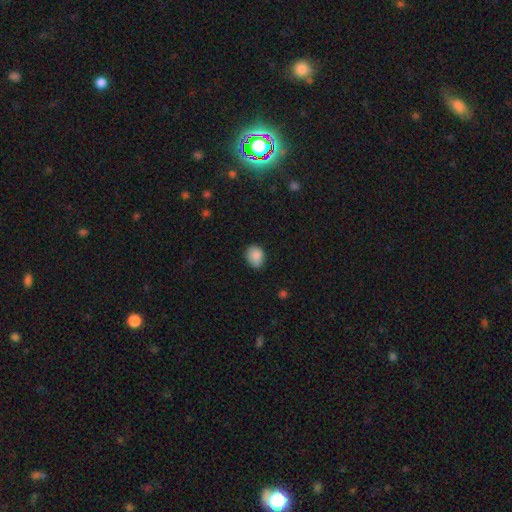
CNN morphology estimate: A smooth galaxy with no disk features (87%) that is in between round and cigar-shaped (51%).

Vote fractions:
- Smooth or featured? smooth: 87% / star or artifact: 8% / featured or disk: 5%
- How rounded? in between: 51% / round: 48% / cigar-shaped: 1%
- Merging? none: 72% / minor disturbance: 23% / major disturbance: 3% / merger: 1%